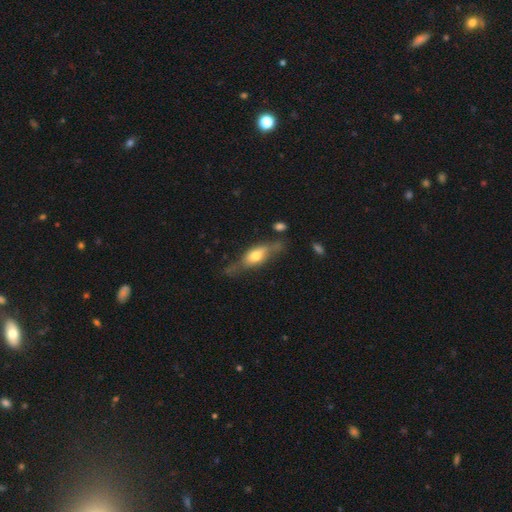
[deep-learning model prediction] Overall: smooth (53%; featured or disk 40%). How rounded: in between (66%; cigar-shaped 29%). Merging: none (51%; minor disturbance 27%).